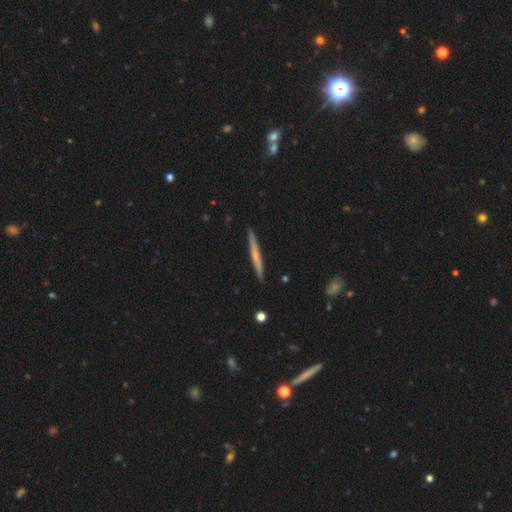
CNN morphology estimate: This appears to be a smooth galaxy with no disk features (49%). Merging: none (91%).